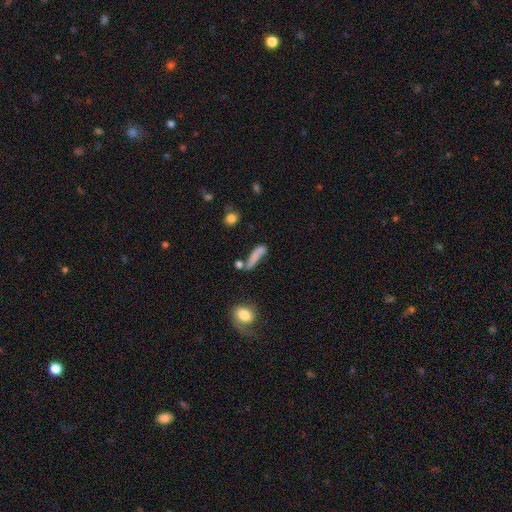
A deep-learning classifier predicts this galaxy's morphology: Smooth or featured? smooth (69%)
How rounded? cigar-shaped (76%)
Merging? none (45%)